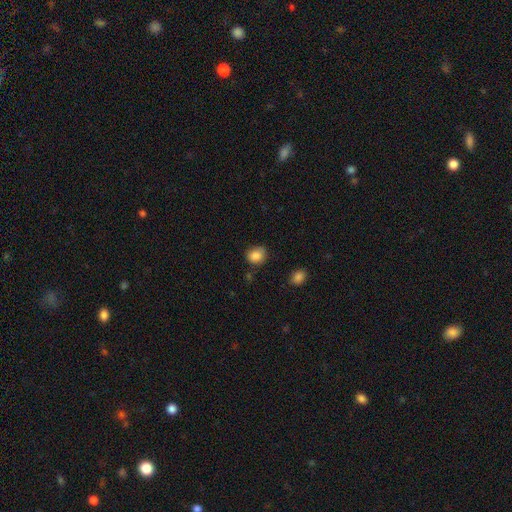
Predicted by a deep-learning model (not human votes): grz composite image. It shows a smooth galaxy with no disk features (86%) that is round (71%). Merging: none (71%).